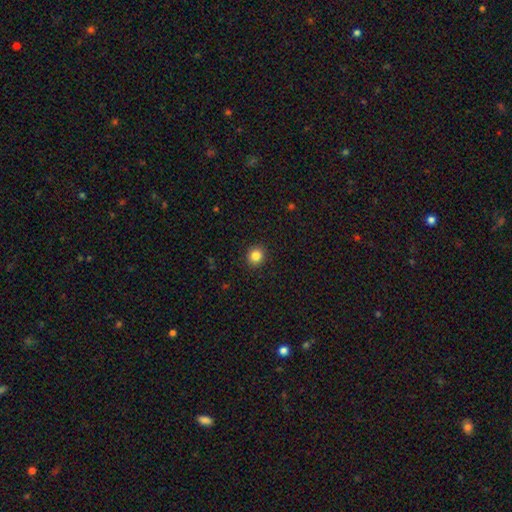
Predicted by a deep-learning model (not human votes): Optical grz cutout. It shows a smooth galaxy with no disk features (84%) that is round (87%). Merging: none (92%).